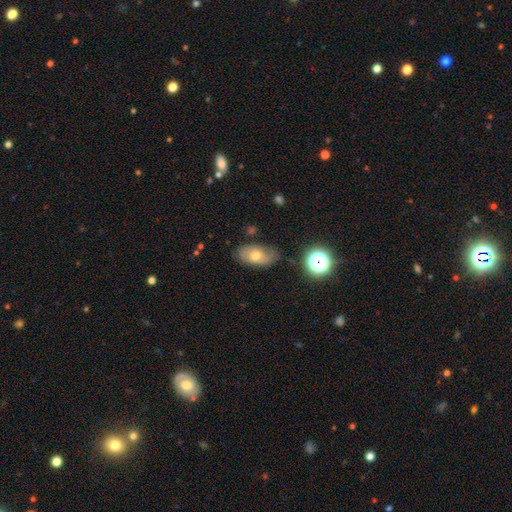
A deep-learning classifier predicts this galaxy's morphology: smooth_or_featured: smooth (p=0.64) [alt: featured or disk p=0.25]
how_rounded: in between (p=0.88) [alt: round p=0.08]
merging: none (p=0.66) [alt: minor disturbance p=0.25]